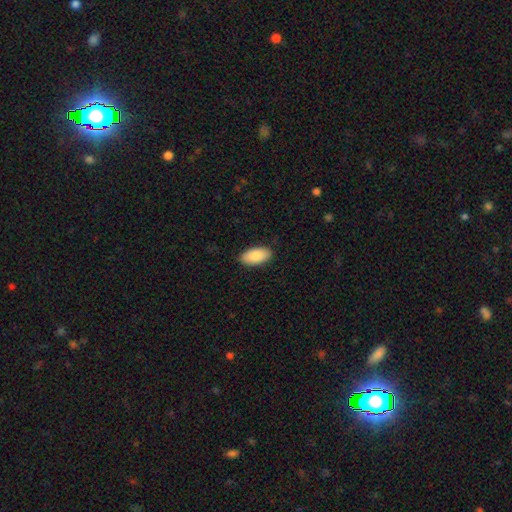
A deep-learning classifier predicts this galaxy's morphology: smooth_or_featured: smooth (p=0.89) [alt: star or artifact p=0.06]
how_rounded: in between (p=0.94) [alt: cigar-shaped p=0.03]
merging: none (p=0.88) [alt: minor disturbance p=0.09]